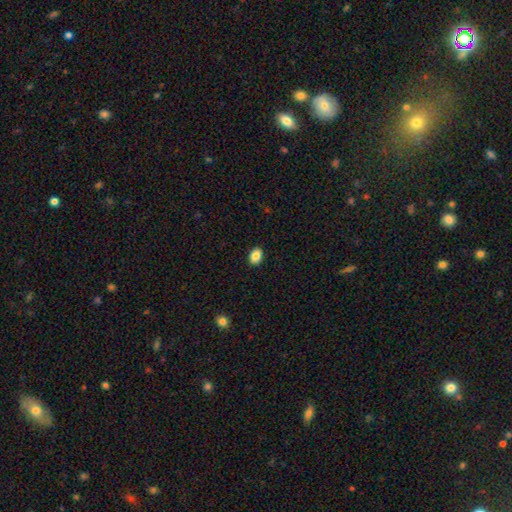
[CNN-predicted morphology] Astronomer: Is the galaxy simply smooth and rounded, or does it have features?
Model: smooth — 86%.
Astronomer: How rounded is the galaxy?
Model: in between — 72%.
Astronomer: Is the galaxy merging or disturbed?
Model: none — 90%.